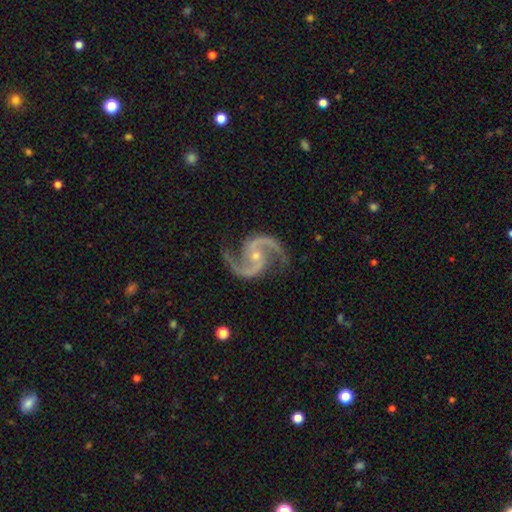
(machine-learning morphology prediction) The model was most divided on "bar": no: 57%, weak: 31%, strong: 12%. More confident: spiral arms — yes (99%); edge-on disk — no (98%); smooth or featured — featured or disk (95%); spiral arm count — 2 (94%); merging — none (80%); spiral winding — medium (66%); bulge size — small (65%).